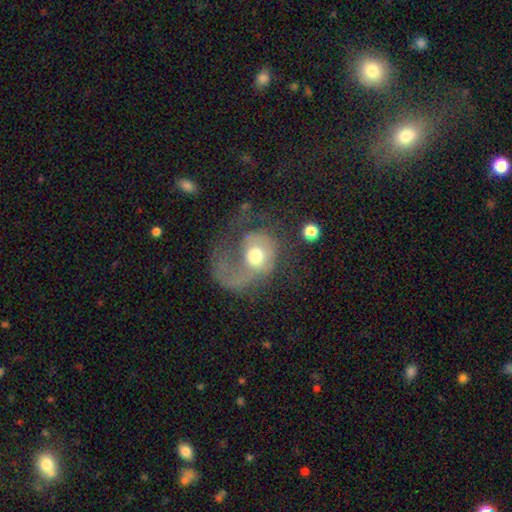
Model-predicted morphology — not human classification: Smooth or featured: featured or disk — 53% (smooth — 39%)
Edge-on disk: no — 97% (yes — 3%)
Bar: no — 79% (weak — 17%)
Spiral arms: yes — 59% (no — 41%)
Bulge size: moderate — 67% (large — 18%)
Merging: major disturbance — 65% (none — 18%)